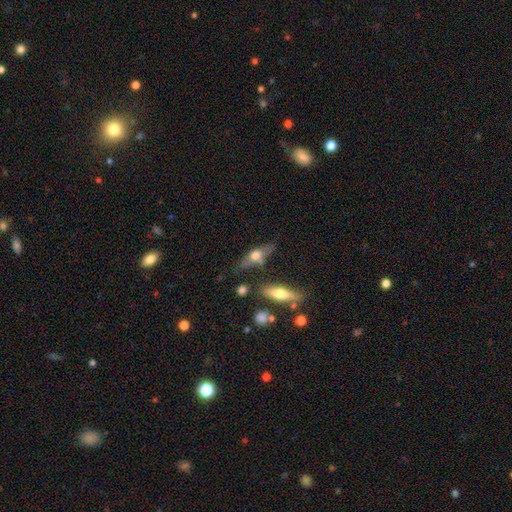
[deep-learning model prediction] smooth 47%, featured or disk 46%, star or artifact 8%. Down the decision tree: merging — none (63%).